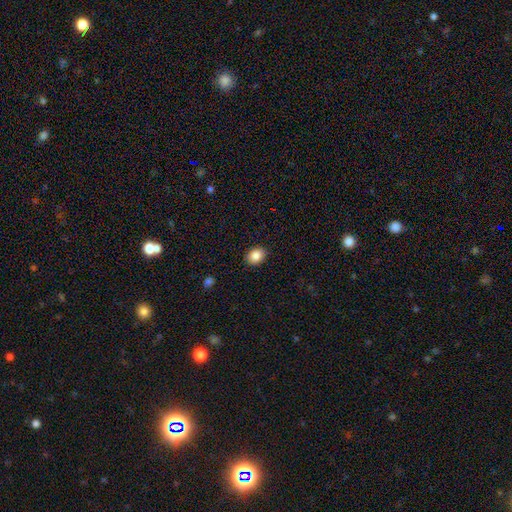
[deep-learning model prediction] The model was most divided on "how rounded": in between: 53%, round: 46%, cigar-shaped: 1%. More confident: merging — none (90%); smooth or featured — smooth (87%).